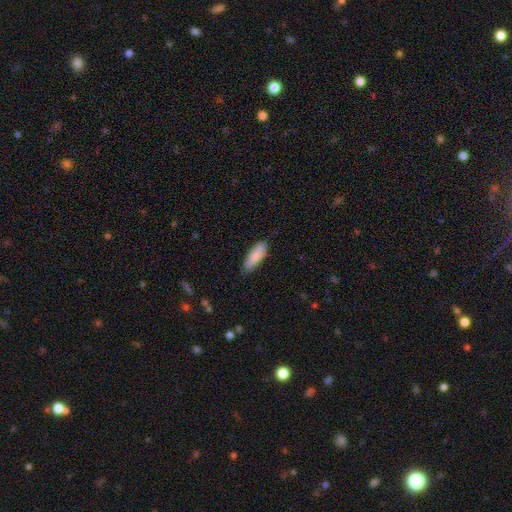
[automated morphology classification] smooth 85%, featured or disk 9%, star or artifact 5%. Down the decision tree: how rounded — in between (59%); merging — none (81%).